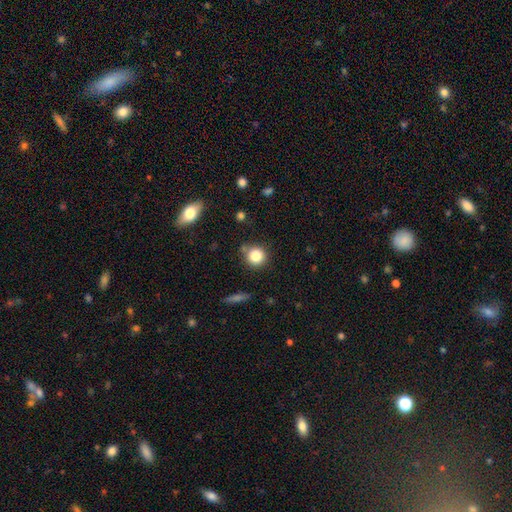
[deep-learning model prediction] This is clearly a smooth galaxy (83%). How rounded: clearly round (92%). Merging: likely none (79%).